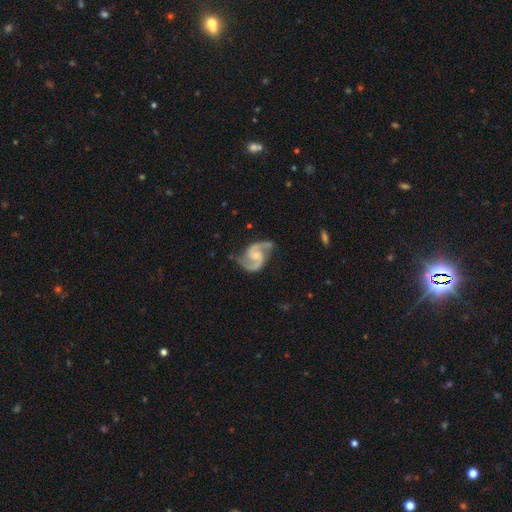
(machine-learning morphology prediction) Smooth or featured?
  - featured or disk: 93% *
  - star or artifact: 4%
  - smooth: 3%
Edge-on disk?
  - no: 98% *
  - yes: 2%
Bar?
  - no: 50% *
  - weak: 40%
  - strong: 10%
Spiral arms?
  - yes: 98% *
  - no: 2%
Spiral winding?
  - medium: 61% *
  - loose: 23%
  - tight: 15%
Spiral arm count?
  - 2: 94% *
  - can't tell: 1%
  - 3: 1%
  - 1: 1%
  - 4: 1%
  - more than 4: 1%
Bulge size?
  - small: 46% *
  - moderate: 31%
  - none: 19%
  - large: 3%
  - dominant: 1%
Merging?
  - none: 75% *
  - minor disturbance: 17%
  - major disturbance: 6%
  - merger: 2%